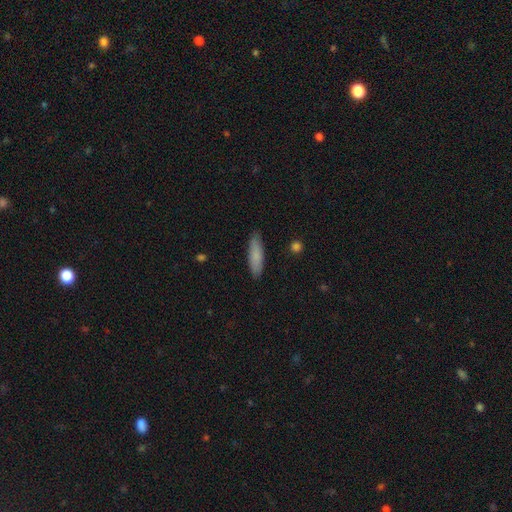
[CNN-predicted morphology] smooth-or-featured: smooth: 82% | featured or disk: 12% | star or artifact: 6%
  how-rounded: cigar-shaped: 64% | in between: 34% | round: 2%
  merging: none: 87% | minor disturbance: 10% | major disturbance: 2% | merger: 1%